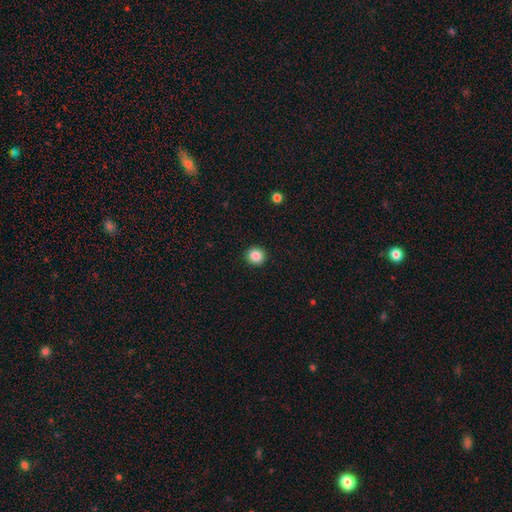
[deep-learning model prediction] smooth-or-featured: smooth: 87% | star or artifact: 10% | featured or disk: 3%
  how-rounded: round: 93% | in between: 6% | cigar-shaped: 1%
  merging: none: 93% | minor disturbance: 4% | major disturbance: 2% | merger: 1%